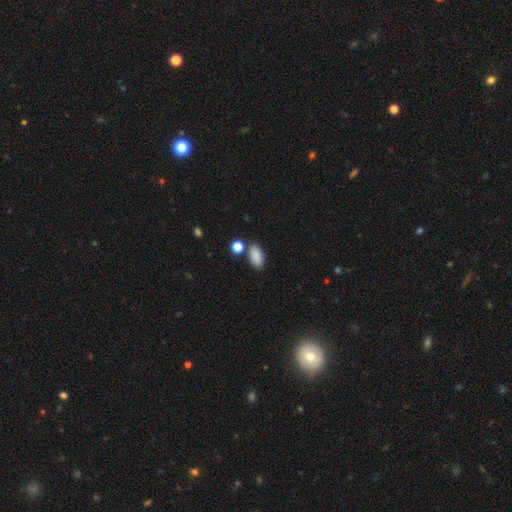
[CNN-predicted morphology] Smooth or featured?
  - smooth: 87% *
  - star or artifact: 8%
  - featured or disk: 5%
How rounded?
  - in between: 92% *
  - round: 6%
  - cigar-shaped: 3%
Merging?
  - none: 74% *
  - minor disturbance: 12%
  - merger: 11%
  - major disturbance: 4%